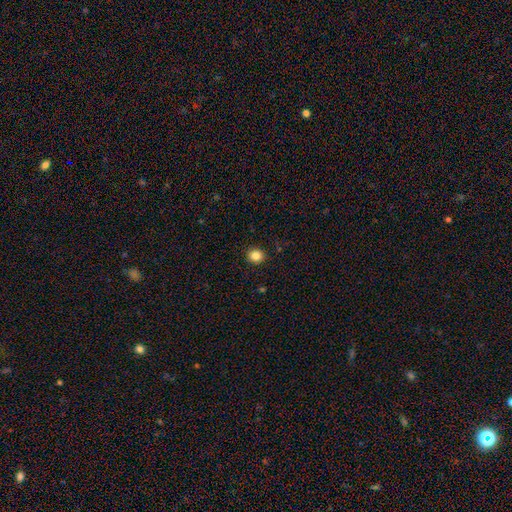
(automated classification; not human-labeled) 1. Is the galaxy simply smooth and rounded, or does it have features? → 84% smooth, 11% star or artifact, 4% featured or disk.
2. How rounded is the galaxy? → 81% round, 18% in between, 1% cigar-shaped.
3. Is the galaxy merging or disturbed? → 91% none, 6% minor disturbance, 2% major disturbance, 1% merger.